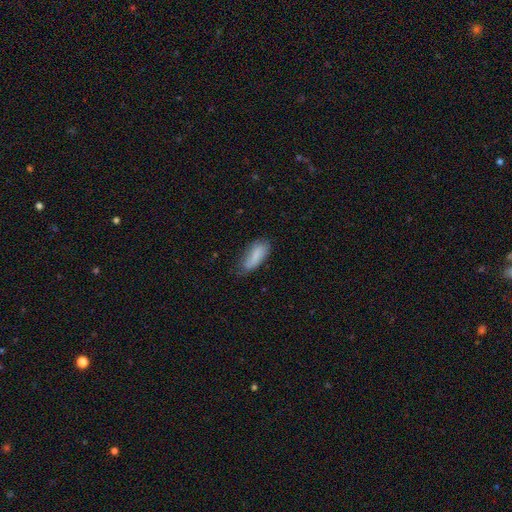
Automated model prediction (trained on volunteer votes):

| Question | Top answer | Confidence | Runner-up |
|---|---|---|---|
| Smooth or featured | smooth | 81% | featured or disk (12%) |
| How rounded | in between | 77% | cigar-shaped (21%) |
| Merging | none | 54% | minor disturbance (35%) |